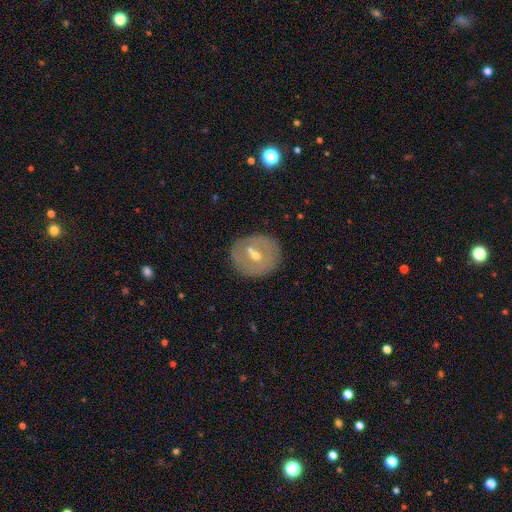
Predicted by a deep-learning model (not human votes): featured or disk 56%, smooth 36%, star or artifact 9%. Down the decision tree: edge-on disk — no (94%); bar — no (49%); spiral arms — no (72%); bulge size — moderate (57%); merging — none (78%).